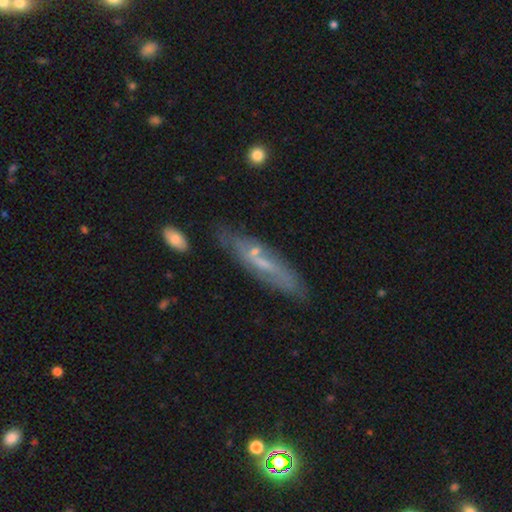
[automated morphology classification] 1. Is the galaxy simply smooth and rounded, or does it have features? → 58% featured or disk, 34% smooth, 8% star or artifact.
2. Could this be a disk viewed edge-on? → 51% no, 49% yes.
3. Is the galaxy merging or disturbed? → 70% none, 18% minor disturbance, 6% merger, 6% major disturbance.